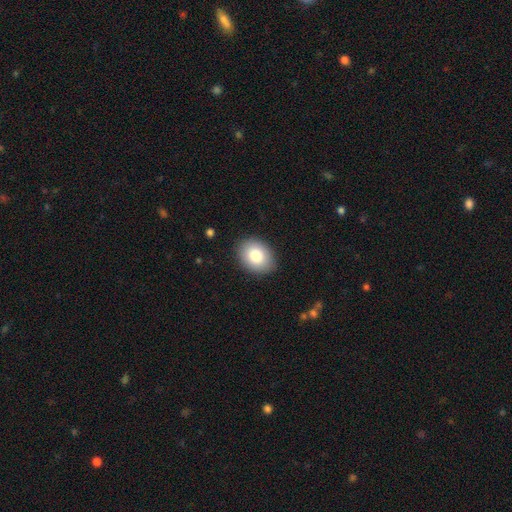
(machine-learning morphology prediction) Q: Smooth or featured?
A: smooth (83%); runner-up: featured or disk (9%)
Q: How rounded?
A: in between (68%); runner-up: round (31%)
Q: Merging?
A: none (88%); runner-up: minor disturbance (9%)